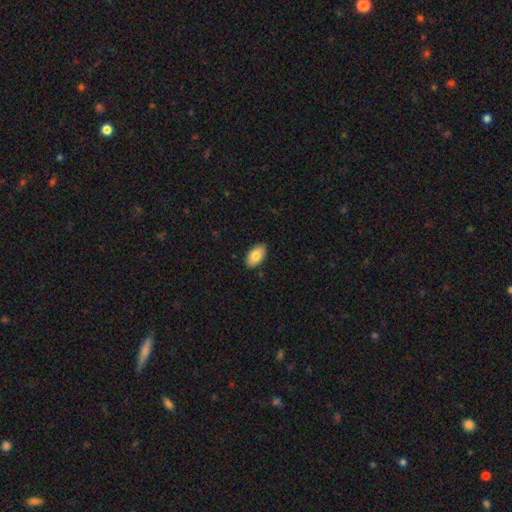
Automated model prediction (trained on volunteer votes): smooth-or-featured: smooth: 84% | featured or disk: 10% | star or artifact: 6%
  how-rounded: in between: 95% | round: 4% | cigar-shaped: 2%
  merging: none: 87% | minor disturbance: 10% | major disturbance: 2% | merger: 1%